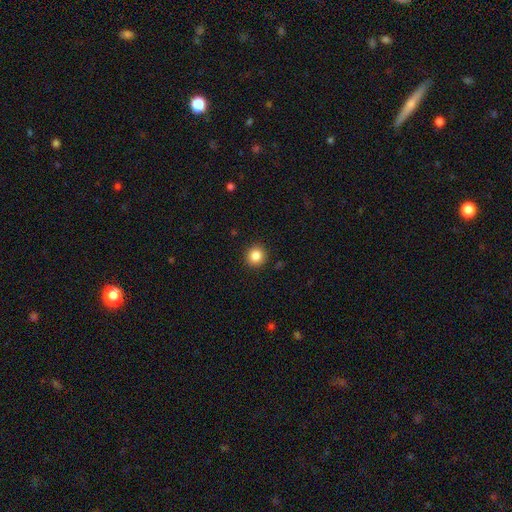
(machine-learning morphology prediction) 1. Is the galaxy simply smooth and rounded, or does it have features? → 86% smooth, 10% star or artifact, 4% featured or disk.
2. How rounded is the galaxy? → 93% round, 6% in between, 1% cigar-shaped.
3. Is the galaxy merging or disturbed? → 92% none, 5% minor disturbance, 2% major disturbance, 1% merger.